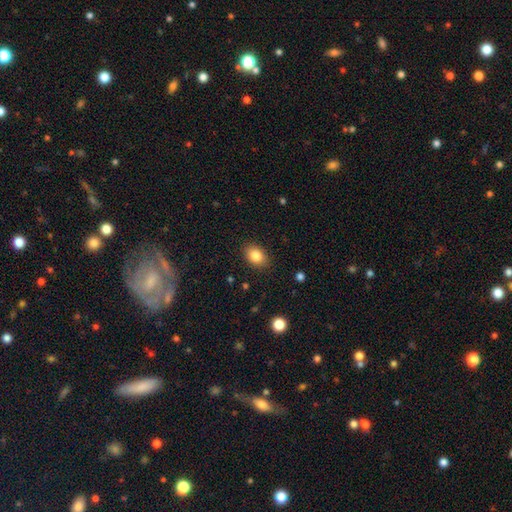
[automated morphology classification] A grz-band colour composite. It shows a smooth galaxy with no disk features (85%) that is in between round and cigar-shaped (76%). Merging: none (87%).